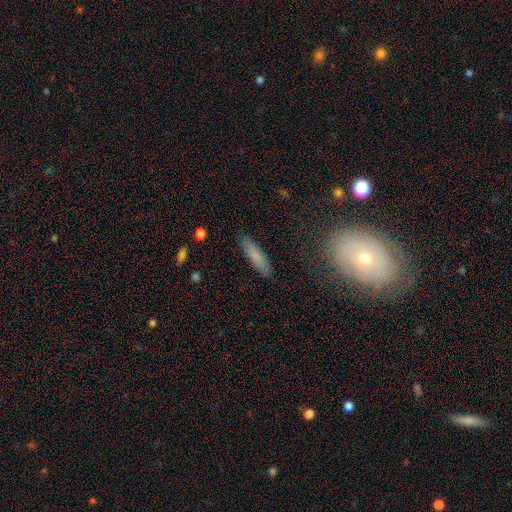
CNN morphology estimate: smooth_or_featured: smooth (p=0.78) [alt: featured or disk p=0.13]
how_rounded: cigar-shaped (p=0.71) [alt: in between p=0.27]
merging: none (p=0.86) [alt: minor disturbance p=0.10]